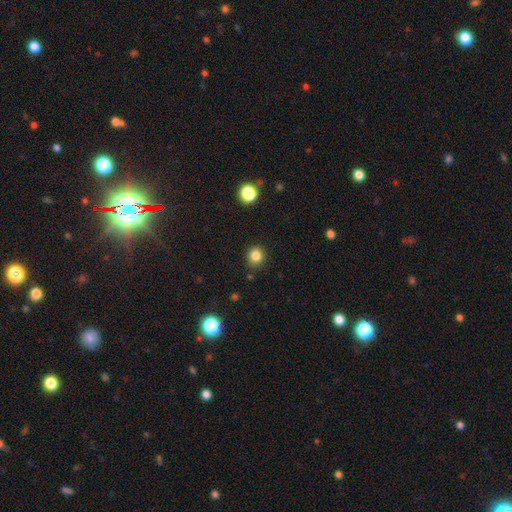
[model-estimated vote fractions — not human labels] Smooth or featured: smooth — 83% (star or artifact — 12%)
How rounded: round — 80% (in between — 19%)
Merging: none — 87% (minor disturbance — 9%)